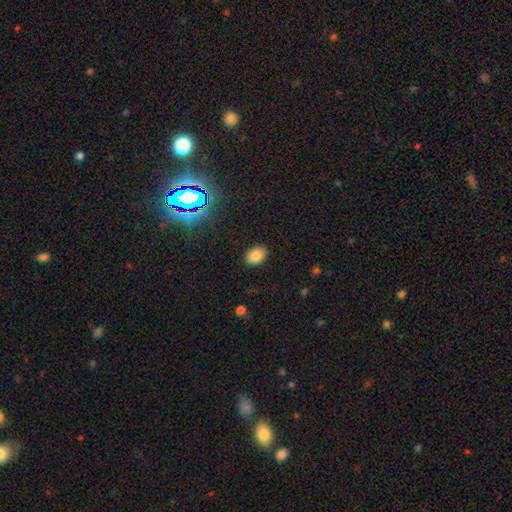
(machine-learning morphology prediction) smooth 83%, star or artifact 12%, featured or disk 5%. Down the decision tree: how rounded — in between (69%); merging — none (88%).